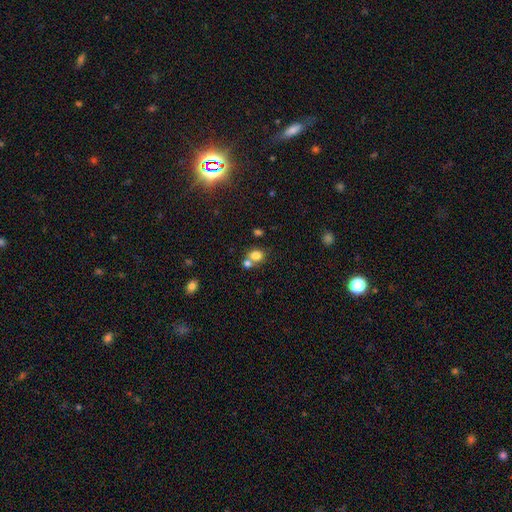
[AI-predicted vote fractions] A smooth galaxy with no disk features (79%) that is round (64%).

Vote fractions:
- Smooth or featured? smooth: 79% / star or artifact: 12% / featured or disk: 9%
- How rounded? round: 64% / in between: 35% / cigar-shaped: 1%
- Merging? none: 47% / merger: 40% / minor disturbance: 9% / major disturbance: 4%